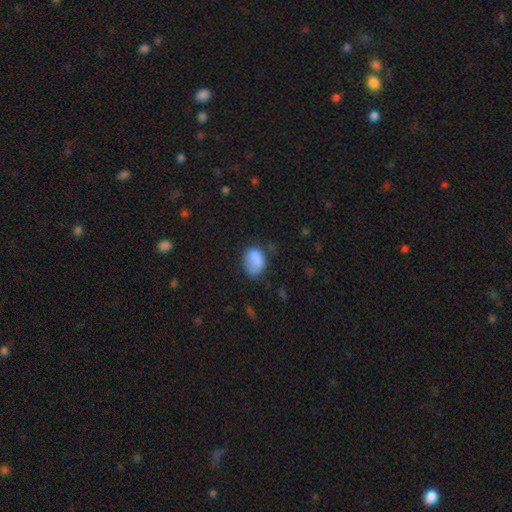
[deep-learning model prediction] Smooth or featured? smooth (80%)
How rounded? in between (71%)
Merging? none (51%)